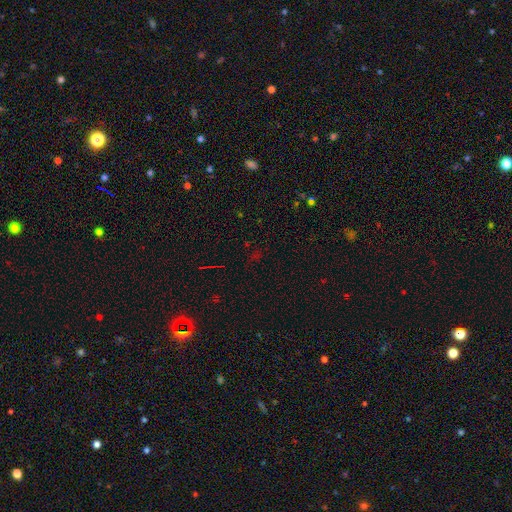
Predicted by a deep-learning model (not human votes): Smooth or featured? star or artifact (68%)